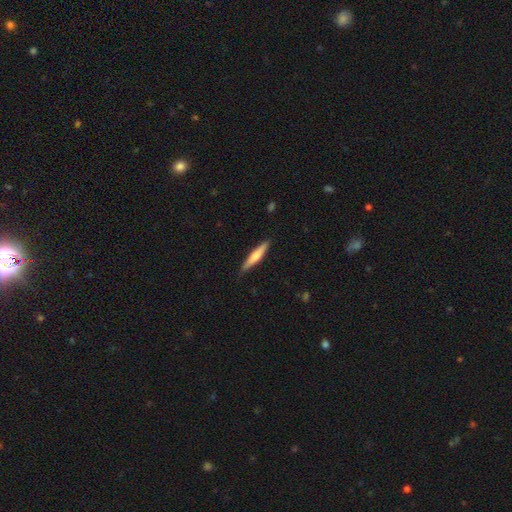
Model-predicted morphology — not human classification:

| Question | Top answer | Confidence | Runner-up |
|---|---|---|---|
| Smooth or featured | smooth | 54% | featured or disk (40%) |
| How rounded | cigar-shaped | 90% | in between (9%) |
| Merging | none | 88% | minor disturbance (9%) |